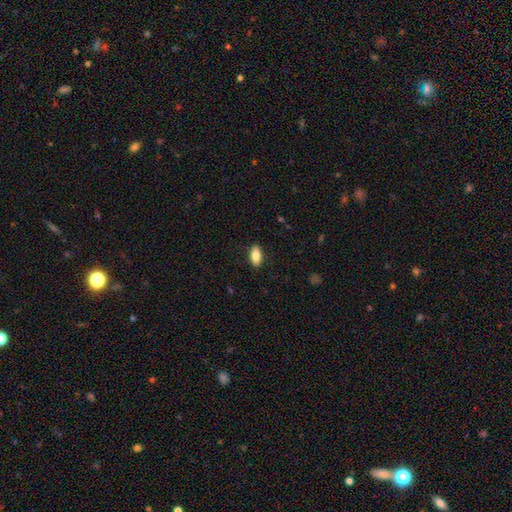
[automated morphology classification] The model was most divided on "smooth or featured": smooth: 82%, featured or disk: 12%, star or artifact: 7%. More confident: merging — none (88%); how rounded — in between (86%).